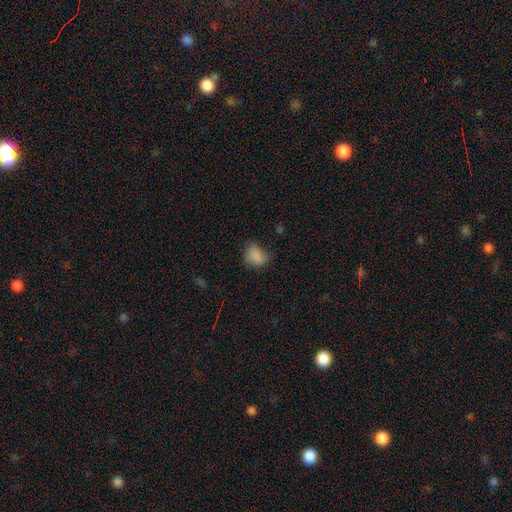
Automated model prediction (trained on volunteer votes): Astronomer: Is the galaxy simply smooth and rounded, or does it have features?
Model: smooth — 82%.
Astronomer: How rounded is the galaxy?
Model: in between — 65%.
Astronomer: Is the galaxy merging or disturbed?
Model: none — 58%.